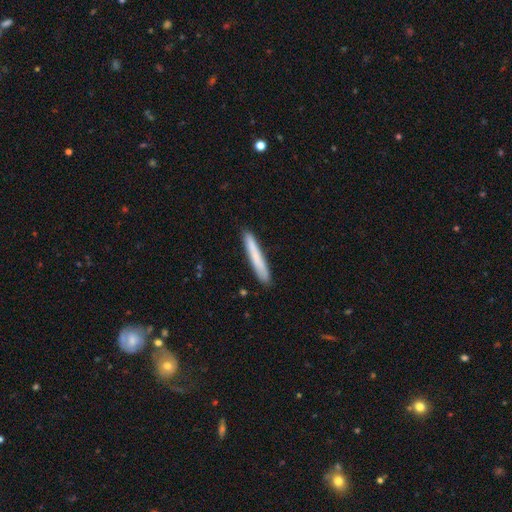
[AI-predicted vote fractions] Smooth or featured: smooth — 75% (featured or disk — 19%)
How rounded: cigar-shaped — 96% (in between — 3%)
Merging: none — 90% (minor disturbance — 8%)